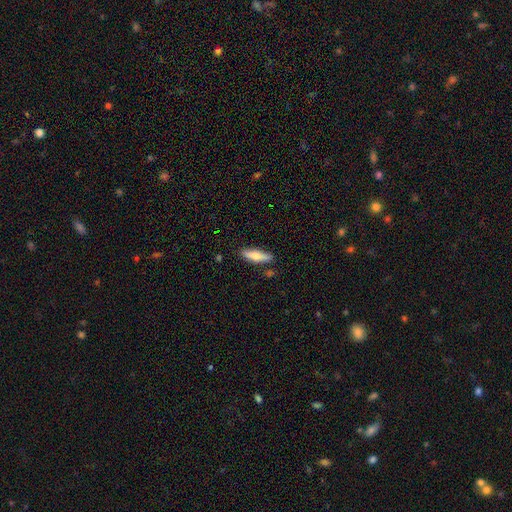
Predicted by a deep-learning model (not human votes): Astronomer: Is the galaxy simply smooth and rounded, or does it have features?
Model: smooth — 70%.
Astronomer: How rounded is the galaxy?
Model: cigar-shaped — 61% (runner-up: in between, 37%).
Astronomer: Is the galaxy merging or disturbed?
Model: none — 81%.